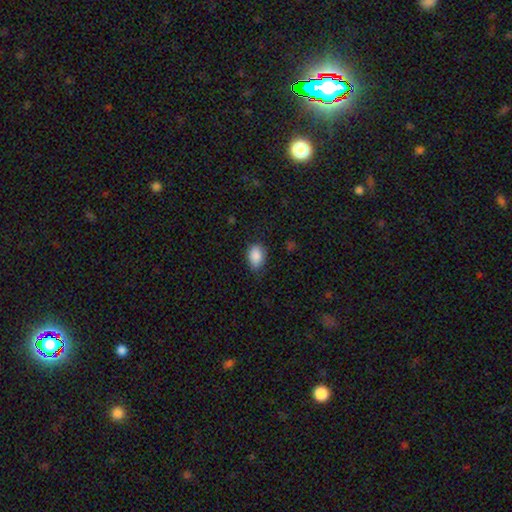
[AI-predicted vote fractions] Smooth or featured?
  - smooth: 88% *
  - star or artifact: 8%
  - featured or disk: 4%
How rounded?
  - in between: 80% *
  - round: 19%
  - cigar-shaped: 1%
Merging?
  - none: 76% *
  - minor disturbance: 19%
  - major disturbance: 4%
  - merger: 1%